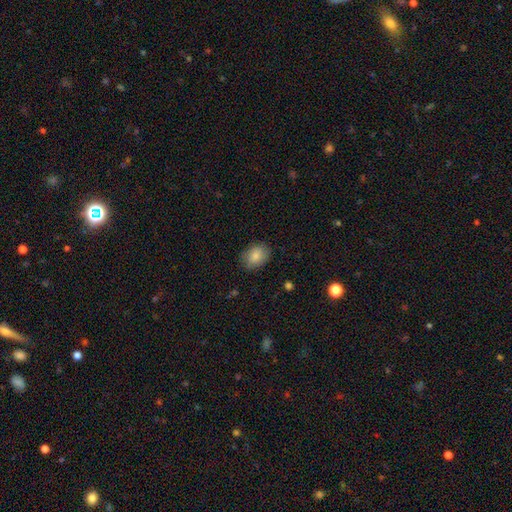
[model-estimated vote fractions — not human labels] A smooth galaxy with no disk features (84%) that is in between round and cigar-shaped (71%).

Vote fractions:
- Smooth or featured? smooth: 84% / featured or disk: 9% / star or artifact: 7%
- How rounded? in between: 71% / round: 28% / cigar-shaped: 1%
- Merging? none: 81% / minor disturbance: 15% / major disturbance: 3% / merger: 1%